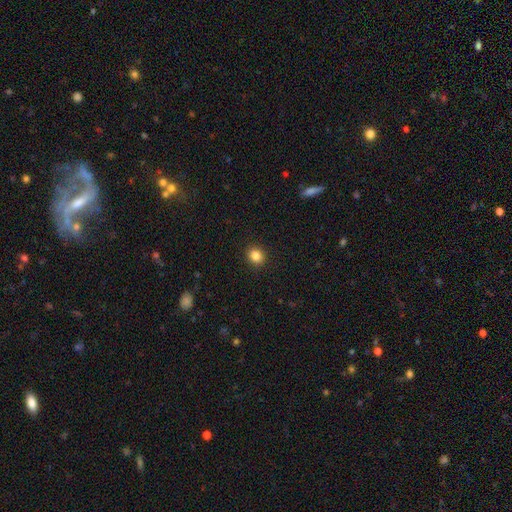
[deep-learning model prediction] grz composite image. It shows a smooth galaxy with no disk features (85%) that is round (75%). Merging: none (92%).